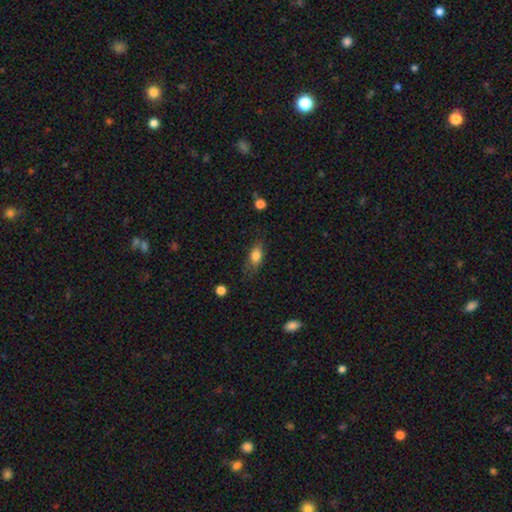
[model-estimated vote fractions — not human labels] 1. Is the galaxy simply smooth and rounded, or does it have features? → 79% smooth, 13% featured or disk, 8% star or artifact.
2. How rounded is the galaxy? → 81% in between, 10% cigar-shaped, 9% round.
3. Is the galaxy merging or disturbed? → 65% none, 25% minor disturbance, 8% major disturbance, 2% merger.